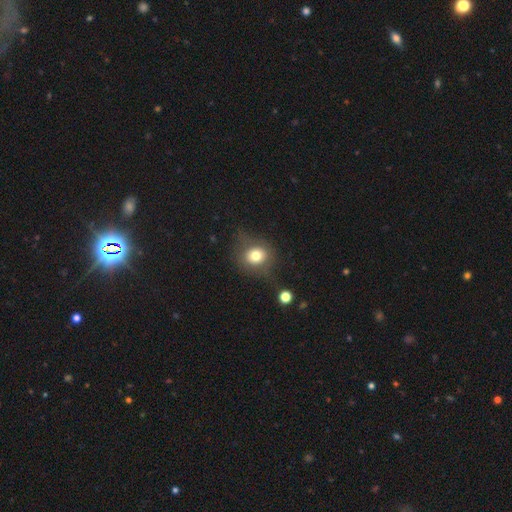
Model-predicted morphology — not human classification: Q: Smooth or featured?
A: smooth (74%); runner-up: featured or disk (15%)
Q: How rounded?
A: round (73%); runner-up: in between (25%)
Q: Merging?
A: none (66%); runner-up: minor disturbance (20%)